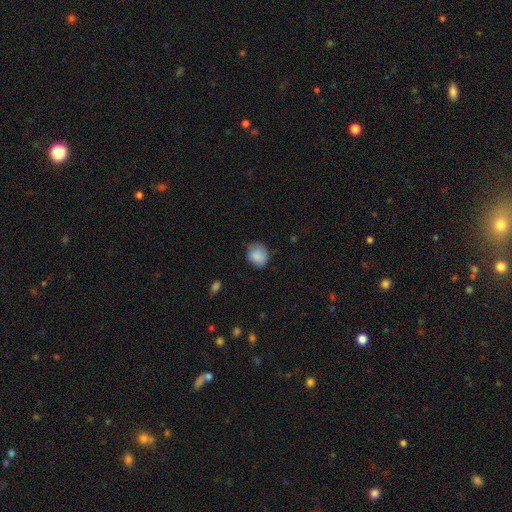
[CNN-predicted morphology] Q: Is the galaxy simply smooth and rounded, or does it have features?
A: smooth — 86%.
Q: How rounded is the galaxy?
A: round — 58%.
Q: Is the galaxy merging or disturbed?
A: none — 64%.